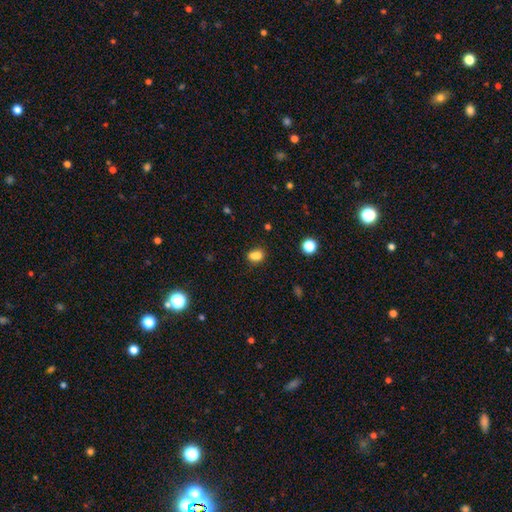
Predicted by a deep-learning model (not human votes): This appears to be a smooth galaxy with no disk features (78%) that is in between round and cigar-shaped (62%). Merging: none (49%).